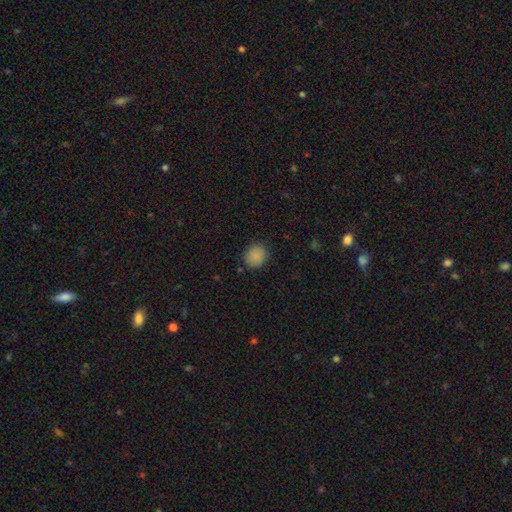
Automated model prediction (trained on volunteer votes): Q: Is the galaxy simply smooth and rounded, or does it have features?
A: smooth — 86%.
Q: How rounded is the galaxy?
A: round — 77%.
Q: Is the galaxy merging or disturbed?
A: none — 86%.